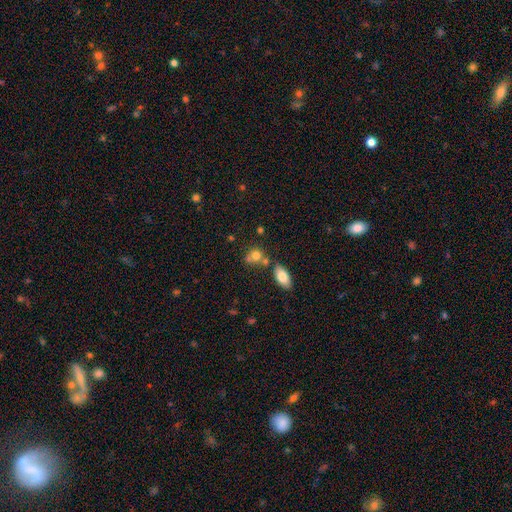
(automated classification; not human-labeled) Smooth or featured?
  - smooth: 76% *
  - featured or disk: 12%
  - star or artifact: 11%
How rounded?
  - round: 67% *
  - in between: 31%
  - cigar-shaped: 2%
Merging?
  - none: 46% *
  - merger: 38%
  - minor disturbance: 11%
  - major disturbance: 4%